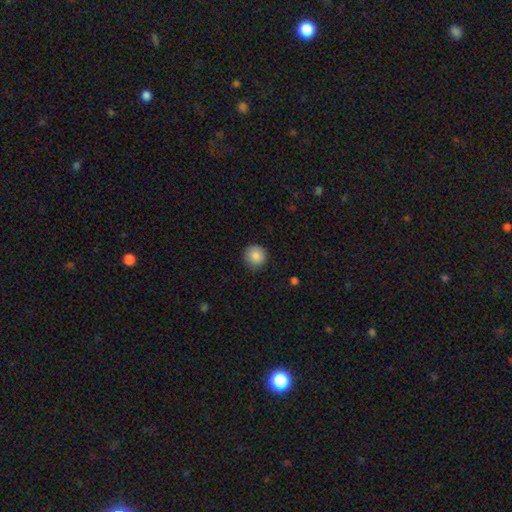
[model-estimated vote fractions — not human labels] Smooth or featured? smooth (86%)
How rounded? round (94%)
Merging? none (84%)